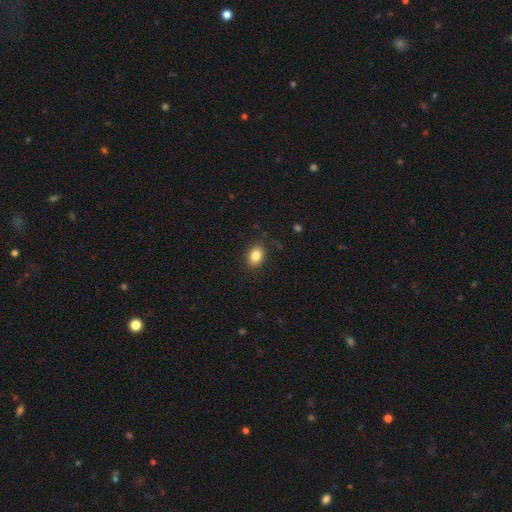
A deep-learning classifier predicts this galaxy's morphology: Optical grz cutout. It shows a smooth galaxy with no disk features (85%) that is in between round and cigar-shaped (72%). Merging: none (87%).